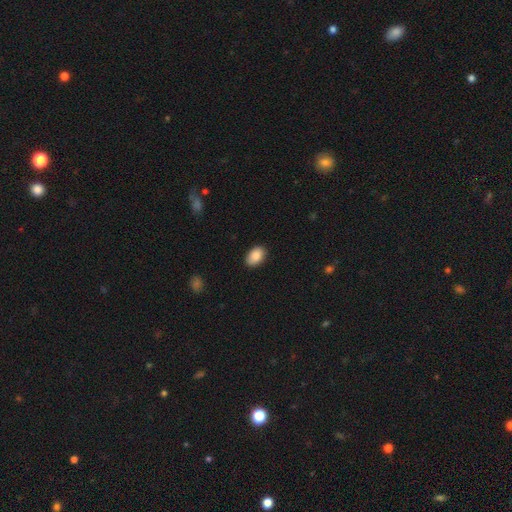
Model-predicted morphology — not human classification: The model was most divided on "merging": none: 86%, minor disturbance: 11%, major disturbance: 2%, merger: 1%. More confident: how rounded — in between (89%); smooth or featured — smooth (88%).